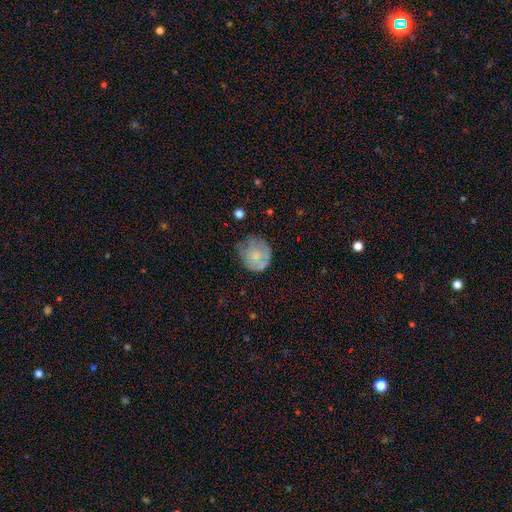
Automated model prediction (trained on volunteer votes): A smooth galaxy with no disk features (57%) that is round (82%). Merging: none (49%).